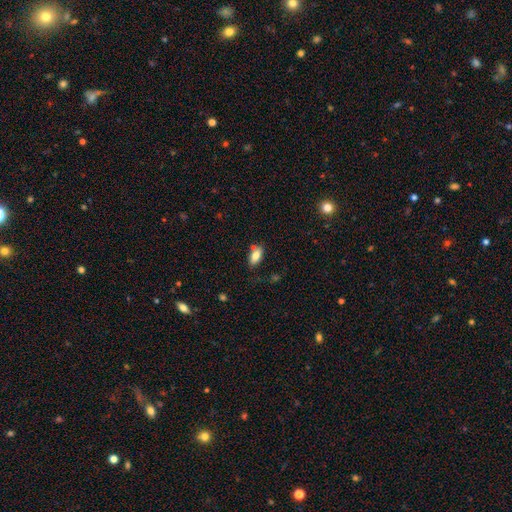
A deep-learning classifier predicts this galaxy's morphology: smooth_or_featured: smooth (p=0.81) [alt: featured or disk p=0.11]
how_rounded: in between (p=0.87) [alt: cigar-shaped p=0.10]
merging: none (p=0.68) [alt: minor disturbance p=0.17]